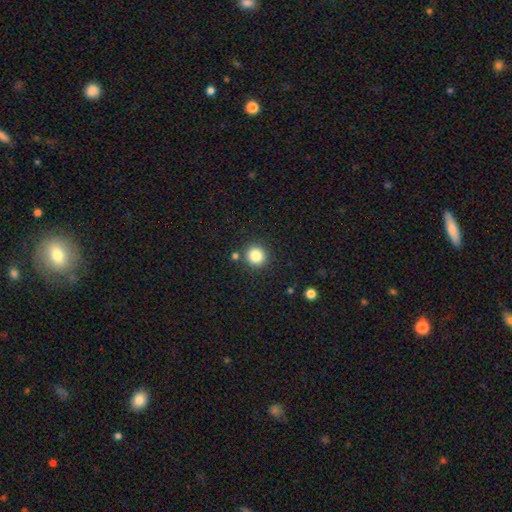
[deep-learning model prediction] A smooth galaxy with no disk features (84%) that is round (93%).

Vote fractions:
- Smooth or featured? smooth: 84% / star or artifact: 11% / featured or disk: 5%
- How rounded? round: 93% / in between: 6% / cigar-shaped: 1%
- Merging? none: 87% / minor disturbance: 7% / merger: 4% / major disturbance: 2%